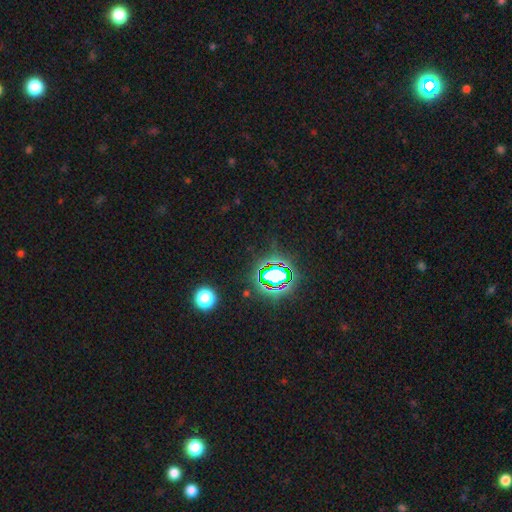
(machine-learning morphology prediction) The model was most divided on "smooth or featured": star or artifact: 78%, smooth: 14%, featured or disk: 8%.